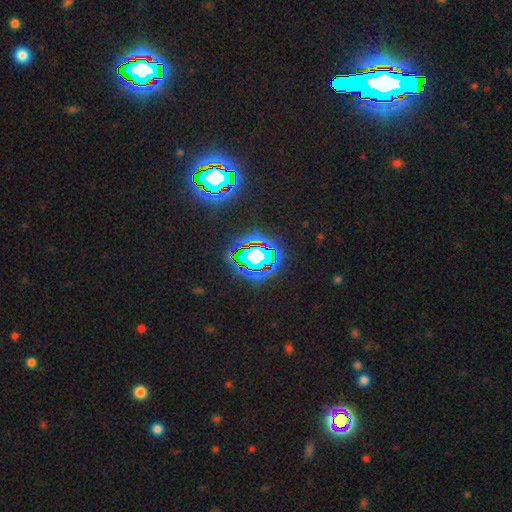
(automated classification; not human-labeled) star or artifact 75%, smooth 13%, featured or disk 13%.